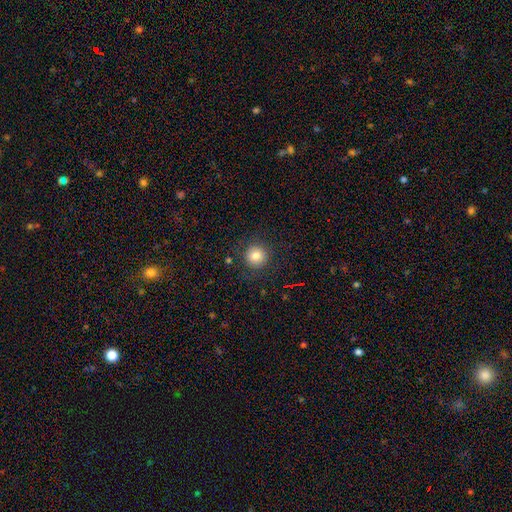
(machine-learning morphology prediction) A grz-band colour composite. It shows a smooth galaxy with no disk features (81%) that is round (94%). Merging: none (88%).